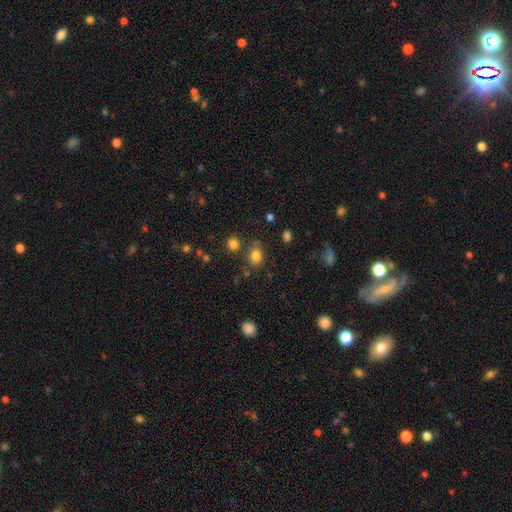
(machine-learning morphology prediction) smooth-or-featured: smooth: 80% | star or artifact: 13% | featured or disk: 7%
  how-rounded: round: 51% | in between: 48% | cigar-shaped: 1%
  merging: none: 68% | minor disturbance: 15% | merger: 11% | major disturbance: 5%